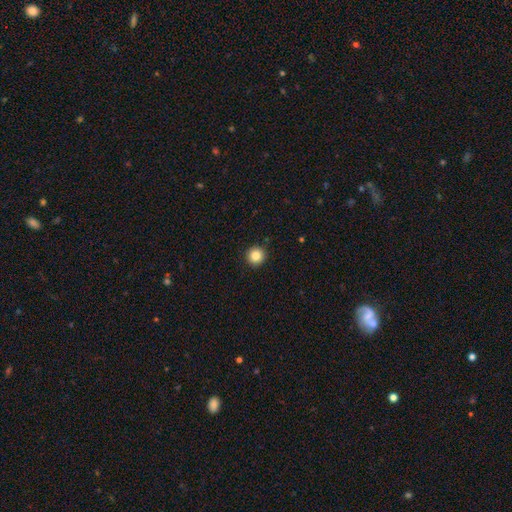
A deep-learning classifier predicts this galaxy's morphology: smooth_or_featured: smooth (p=0.84) [alt: star or artifact p=0.10]
how_rounded: round (p=0.94) [alt: in between p=0.05]
merging: none (p=0.92) [alt: minor disturbance p=0.05]